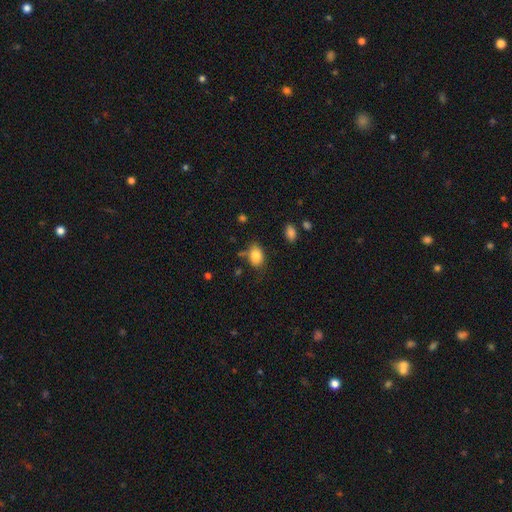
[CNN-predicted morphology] A smooth galaxy with no disk features (82%) that is in between round and cigar-shaped (79%). Merging: none (66%).